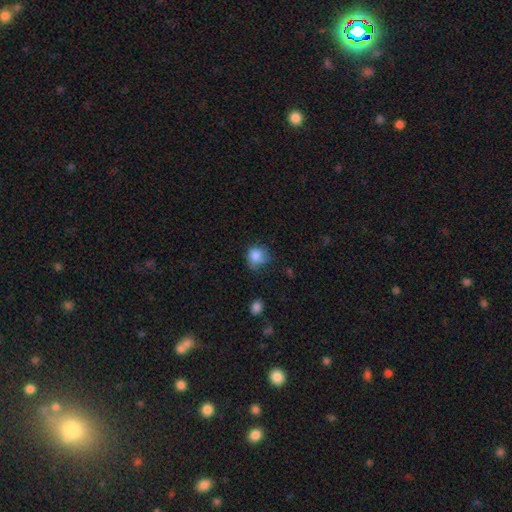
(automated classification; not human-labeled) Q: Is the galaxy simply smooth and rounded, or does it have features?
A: smooth — 81%.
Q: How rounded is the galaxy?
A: round — 75%.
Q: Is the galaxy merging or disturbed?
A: none — 47%.